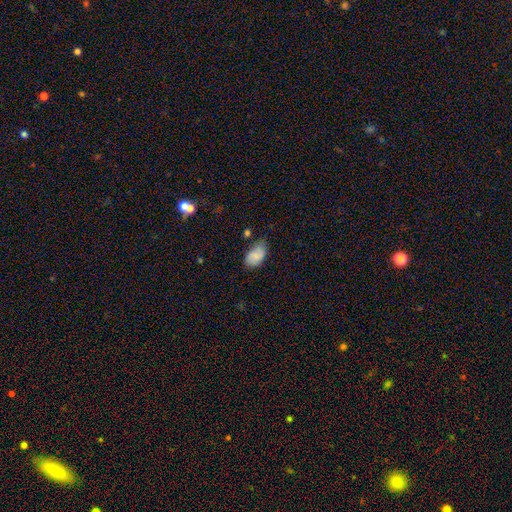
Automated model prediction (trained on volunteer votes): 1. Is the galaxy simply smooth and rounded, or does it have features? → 80% smooth, 13% featured or disk, 8% star or artifact.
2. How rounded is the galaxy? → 92% in between, 7% round, 1% cigar-shaped.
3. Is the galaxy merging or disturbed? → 53% none, 35% minor disturbance, 8% major disturbance, 5% merger.